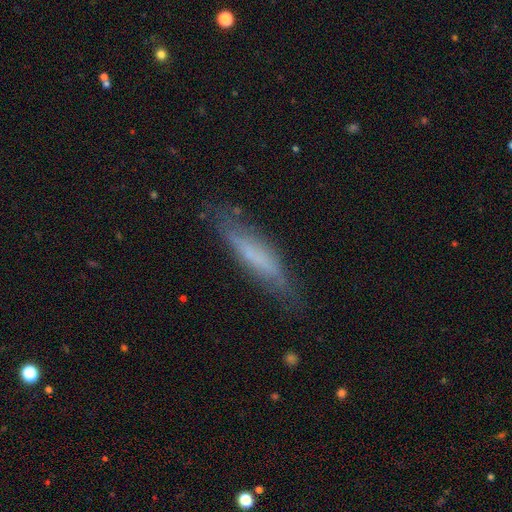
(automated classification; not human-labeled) Overall: smooth (53%; featured or disk 39%). How rounded: cigar-shaped (81%). Merging: none (71%).